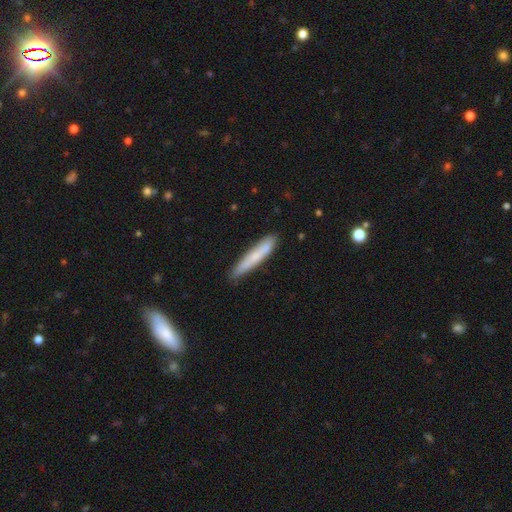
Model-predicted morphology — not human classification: Q: Smooth or featured?
A: smooth (68%); runner-up: featured or disk (26%)
Q: How rounded?
A: cigar-shaped (94%); runner-up: in between (5%)
Q: Merging?
A: none (83%); runner-up: minor disturbance (13%)